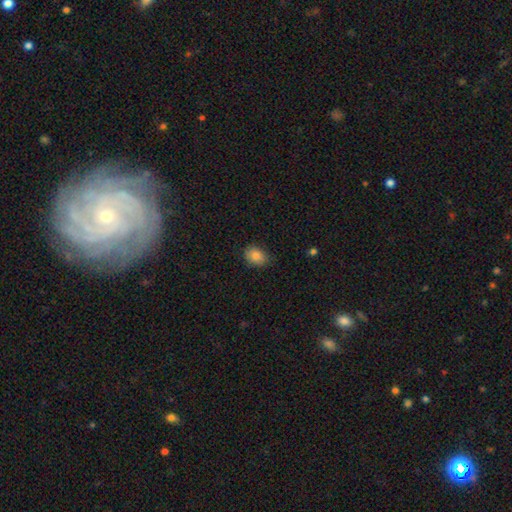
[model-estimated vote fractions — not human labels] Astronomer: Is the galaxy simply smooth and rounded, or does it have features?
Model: smooth — 85%.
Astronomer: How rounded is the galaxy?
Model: in between — 69%.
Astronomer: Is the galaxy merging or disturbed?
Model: none — 78%.